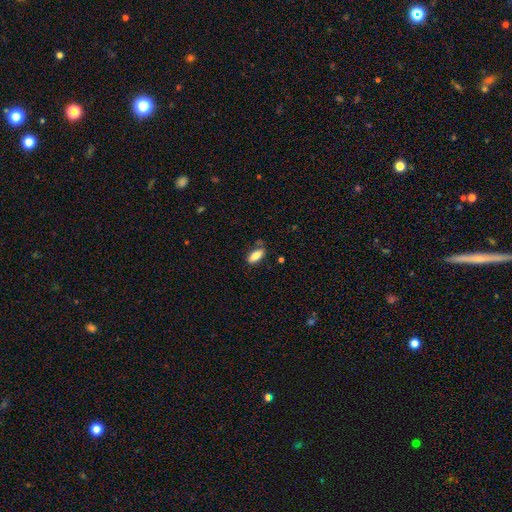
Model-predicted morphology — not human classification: A smooth galaxy with no disk features (83%) that is in between round and cigar-shaped (83%).

Vote fractions:
- Smooth or featured? smooth: 83% / featured or disk: 9% / star or artifact: 7%
- How rounded? in between: 83% / cigar-shaped: 15% / round: 2%
- Merging? none: 71% / minor disturbance: 20% / major disturbance: 5% / merger: 4%